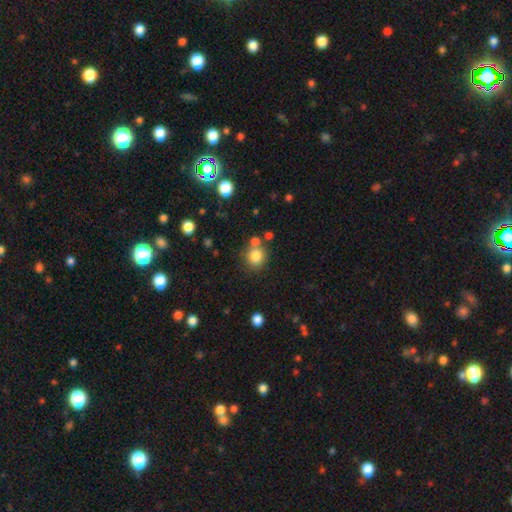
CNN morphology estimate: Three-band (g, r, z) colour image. It shows a smooth galaxy with no disk features (82%) that is round (88%). Merging: none (70%).